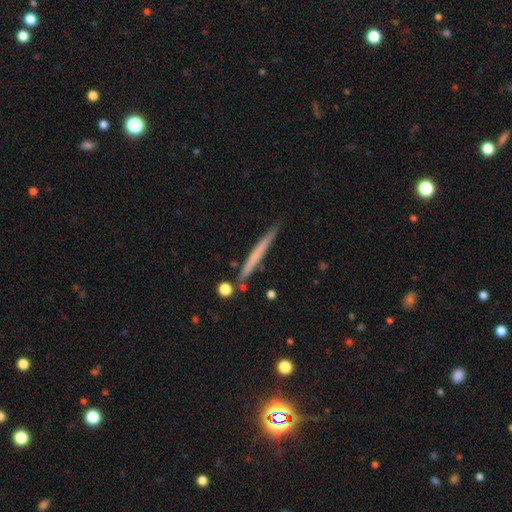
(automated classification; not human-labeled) Overall: smooth (52%; featured or disk 41%). How rounded: cigar-shaped (97%). Merging: none (85%).